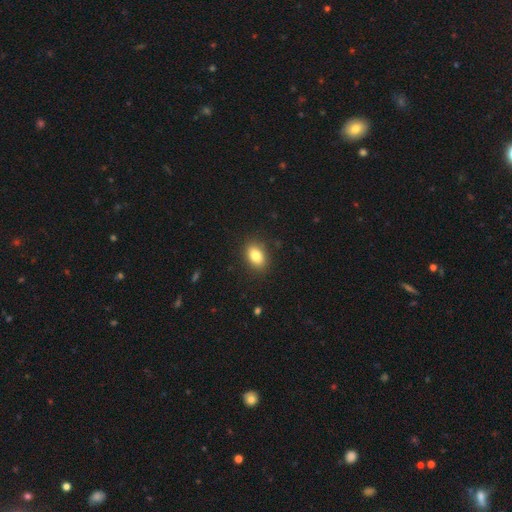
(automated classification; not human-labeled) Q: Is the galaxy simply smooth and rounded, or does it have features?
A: smooth — 84%.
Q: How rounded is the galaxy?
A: in between — 84%.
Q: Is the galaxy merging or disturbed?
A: none — 87%.